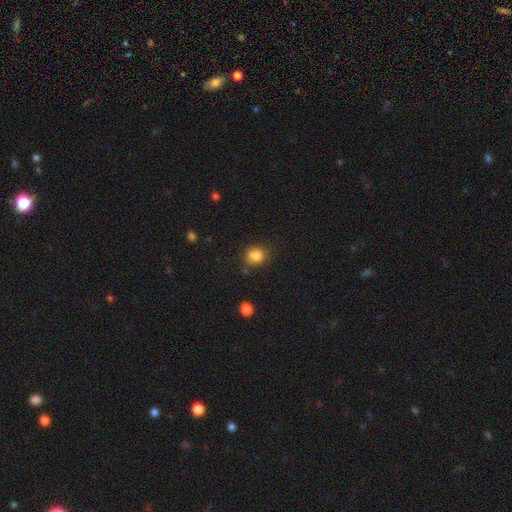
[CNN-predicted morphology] A smooth galaxy with no disk features (83%) that is round (69%). Merging: none (69%).